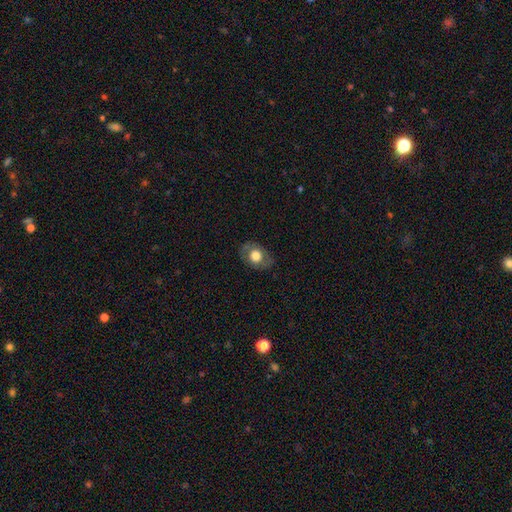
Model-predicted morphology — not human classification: Overall: smooth (62%; featured or disk 30%). How rounded: in between (66%; round 32%). Merging: none (78%).